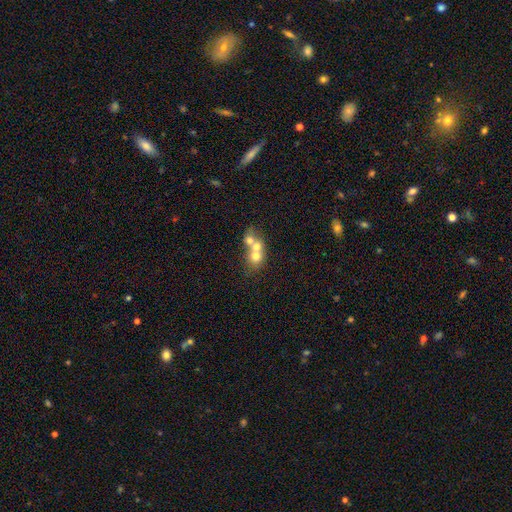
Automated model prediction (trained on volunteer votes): Morphology: type=smooth (57%); roundness=round (70%); merging=merger (67%).